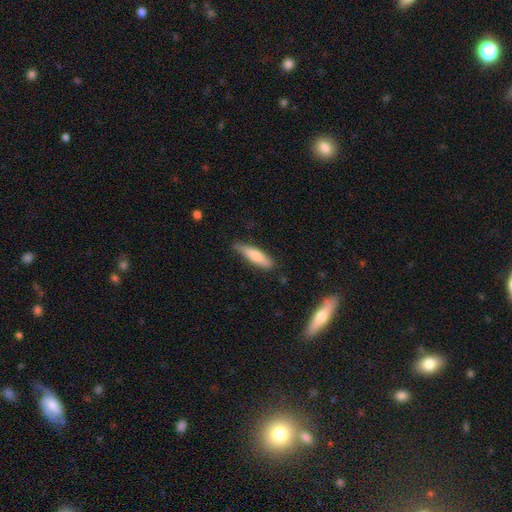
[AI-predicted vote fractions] smooth_or_featured: smooth (p=0.76) [alt: featured or disk p=0.18]
how_rounded: cigar-shaped (p=0.67) [alt: in between p=0.32]
merging: none (p=0.73) [alt: minor disturbance p=0.22]